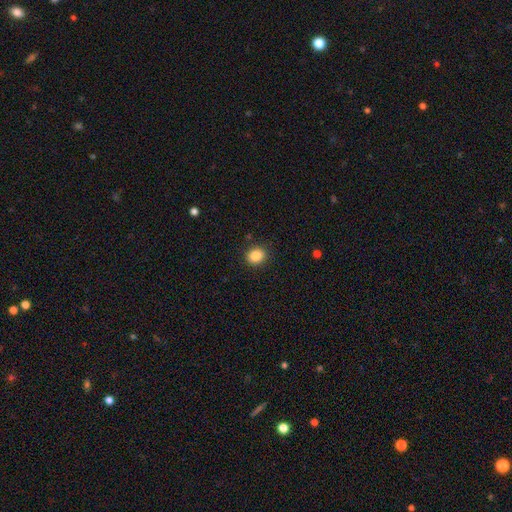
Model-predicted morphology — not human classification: smooth-or-featured: smooth: 86% | star or artifact: 10% | featured or disk: 4%
  how-rounded: round: 64% | in between: 35% | cigar-shaped: 1%
  merging: none: 89% | minor disturbance: 8% | major disturbance: 2% | merger: 1%